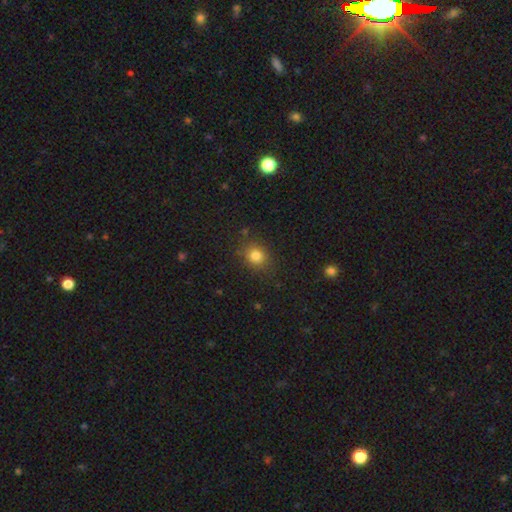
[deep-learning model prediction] Smooth or featured? smooth (81%)
How rounded? round (75%)
Merging? none (85%)